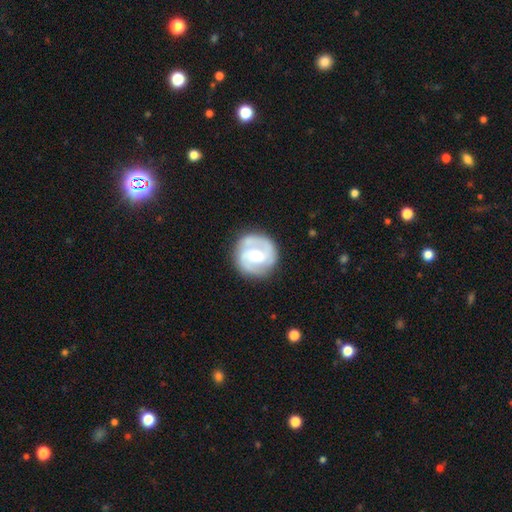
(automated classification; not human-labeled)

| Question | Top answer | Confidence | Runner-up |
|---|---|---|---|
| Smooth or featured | featured or disk | 78% | smooth (18%) |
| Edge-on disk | no | 98% | yes (2%) |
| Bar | weak | 47% | no (34%) |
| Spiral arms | yes | 92% | no (8%) |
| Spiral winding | medium | 44% | tight (42%) |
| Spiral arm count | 2 | 82% | can't tell (7%) |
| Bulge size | moderate | 61% | small (26%) |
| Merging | none | 84% | minor disturbance (11%) |